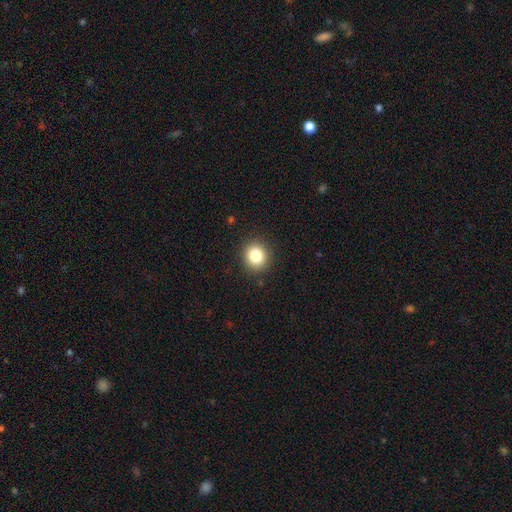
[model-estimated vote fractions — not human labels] A smooth galaxy with no disk features (83%) that is round (83%).

Vote fractions:
- Smooth or featured? smooth: 83% / star or artifact: 11% / featured or disk: 6%
- How rounded? round: 83% / in between: 16% / cigar-shaped: 1%
- Merging? none: 89% / minor disturbance: 7% / major disturbance: 2% / merger: 1%